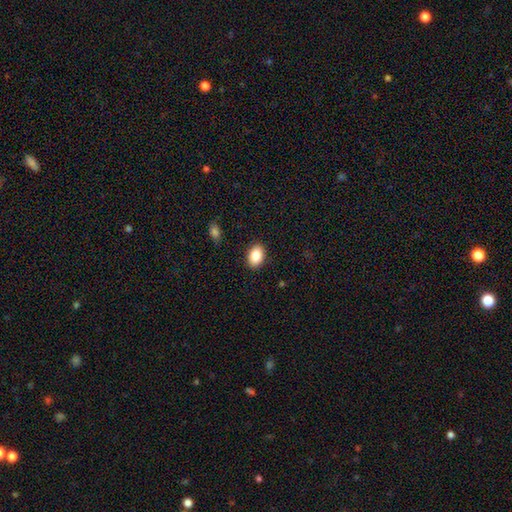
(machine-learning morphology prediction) Smooth or featured?
  - smooth: 87% *
  - star or artifact: 8%
  - featured or disk: 6%
How rounded?
  - in between: 83% *
  - round: 16%
  - cigar-shaped: 1%
Merging?
  - none: 89% *
  - minor disturbance: 8%
  - major disturbance: 2%
  - merger: 1%